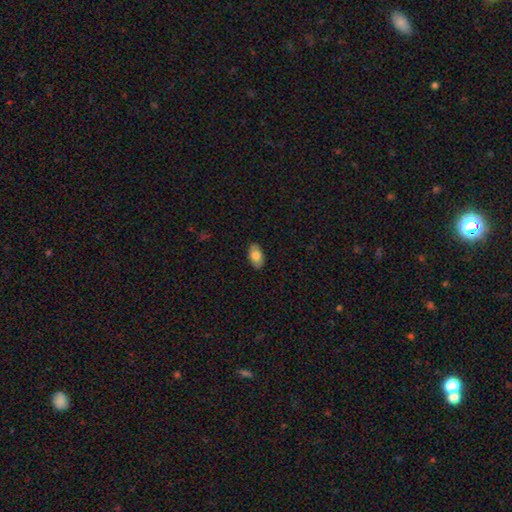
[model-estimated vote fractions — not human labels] smooth_or_featured: smooth (p=0.79) [alt: featured or disk p=0.14]
how_rounded: in between (p=0.94) [alt: round p=0.04]
merging: none (p=0.88) [alt: minor disturbance p=0.09]